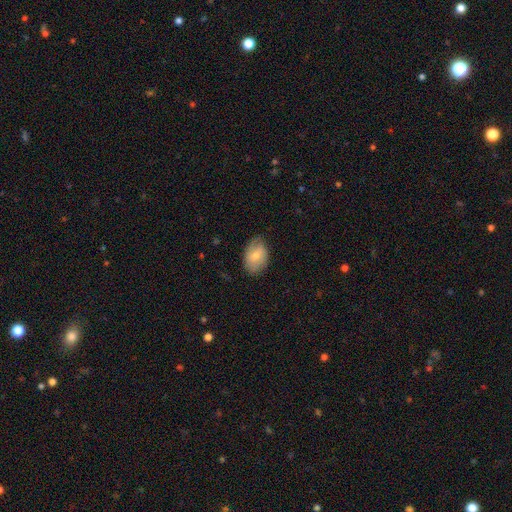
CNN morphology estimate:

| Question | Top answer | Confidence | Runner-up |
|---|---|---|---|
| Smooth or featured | smooth | 63% | featured or disk (31%) |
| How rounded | in between | 86% | round (13%) |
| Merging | none | 69% | minor disturbance (24%) |